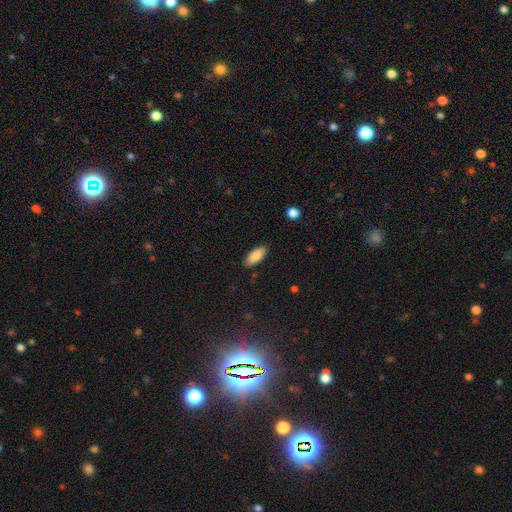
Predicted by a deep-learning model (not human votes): Smooth or featured: smooth — 86% (featured or disk — 8%)
How rounded: in between — 84% (cigar-shaped — 14%)
Merging: none — 87% (minor disturbance — 10%)